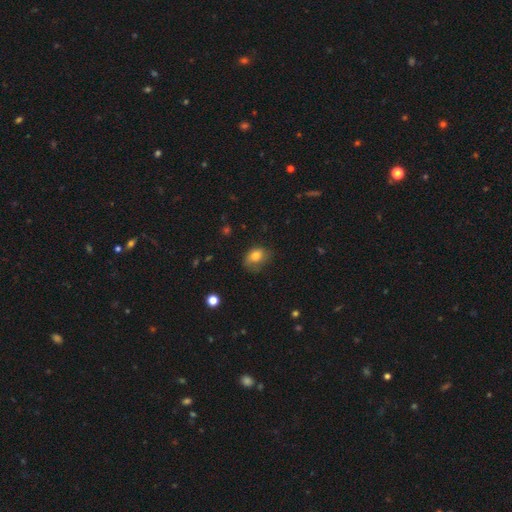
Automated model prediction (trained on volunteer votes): Smooth or featured? Predicted: smooth (p=0.78). How rounded? Predicted: in between (p=0.70). Merging? Predicted: none (p=0.59).